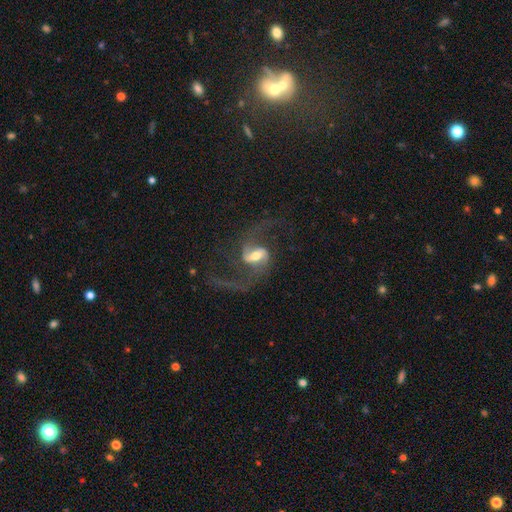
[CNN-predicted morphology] smooth_or_featured: featured or disk (p=0.88) [alt: smooth p=0.07]
disk_edge_on: no (p=0.97) [alt: yes p=0.03]
bar: weak (p=0.43) [alt: strong p=0.42]
has_spiral_arms: yes (p=0.96) [alt: no p=0.04]
spiral_winding: loose (p=0.71) [alt: medium p=0.25]
spiral_arm_count: 2 (p=0.92) [alt: 1 p=0.03]
bulge_size: moderate (p=0.66) [alt: small p=0.21]
merging: none (p=0.63) [alt: major disturbance p=0.22]